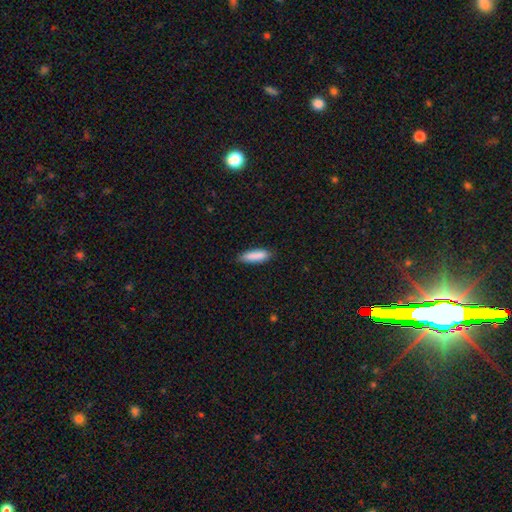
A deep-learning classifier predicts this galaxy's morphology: Overall: smooth (88%). How rounded: cigar-shaped (57%; in between 42%). Merging: none (81%).